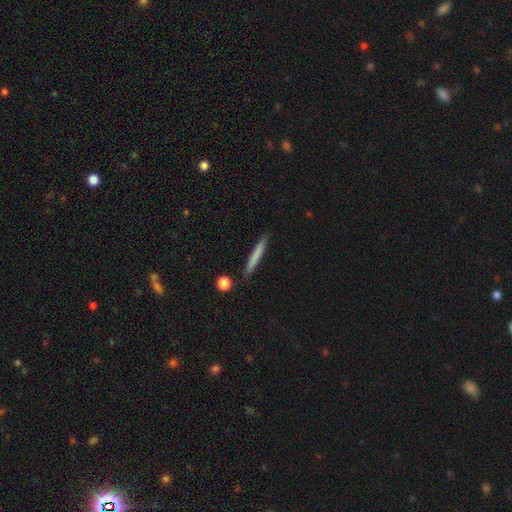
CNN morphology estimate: Smooth or featured: smooth — 73% (featured or disk — 21%)
How rounded: cigar-shaped — 96% (in between — 3%)
Merging: none — 87% (minor disturbance — 9%)